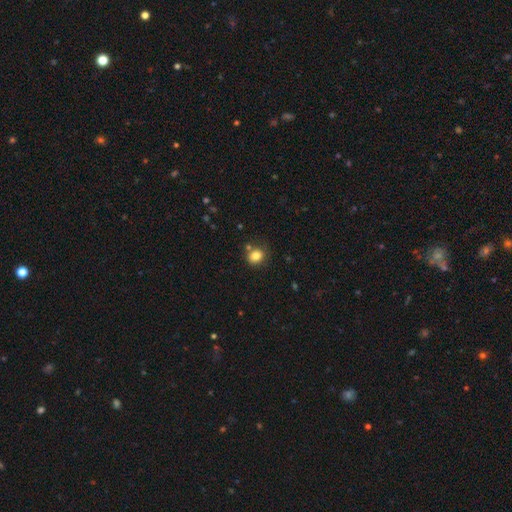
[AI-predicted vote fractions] Smooth or featured? Predicted: smooth (p=0.81). How rounded? Predicted: round (p=0.70). Merging? Predicted: none (p=0.72).